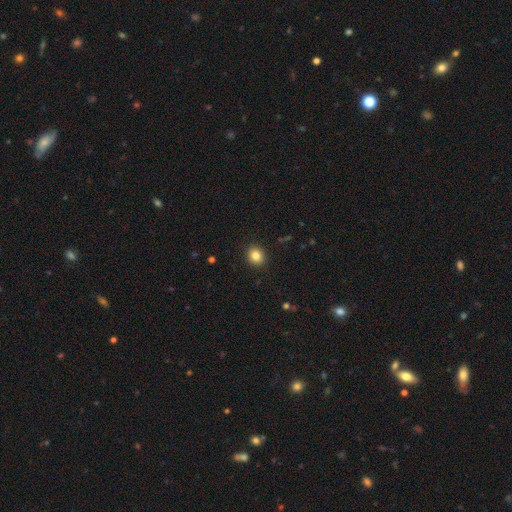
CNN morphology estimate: This is clearly a smooth galaxy (84%). How rounded: likely round (72%). Merging: clearly none (91%).